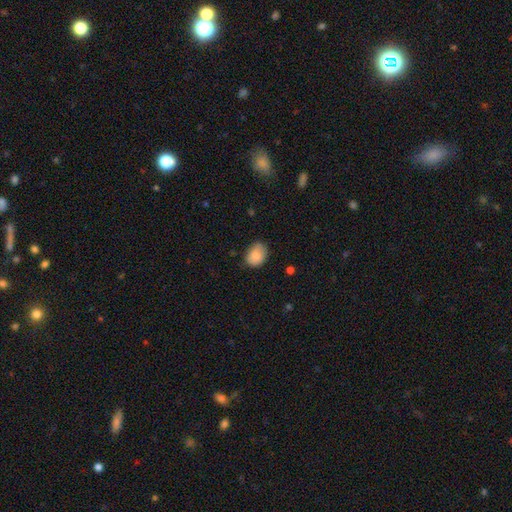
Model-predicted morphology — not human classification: A smooth galaxy with no disk features (84%) that is in between round and cigar-shaped (63%). Merging: none (65%).